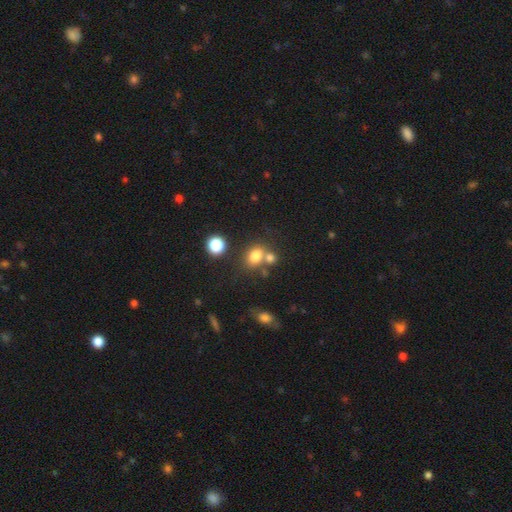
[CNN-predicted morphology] Smooth or featured?
  - smooth: 77% *
  - star or artifact: 14%
  - featured or disk: 9%
How rounded?
  - in between: 51% *
  - round: 48%
  - cigar-shaped: 1%
Merging?
  - none: 52% *
  - merger: 31%
  - minor disturbance: 12%
  - major disturbance: 5%